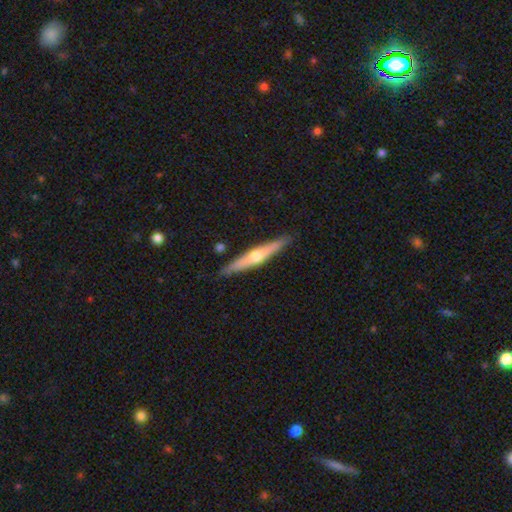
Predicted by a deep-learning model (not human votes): Overall: featured or disk (64%; smooth 31%). Edge-on disk: yes (97%). Edge-on bulge: rounded (87%). Merging: none (89%).